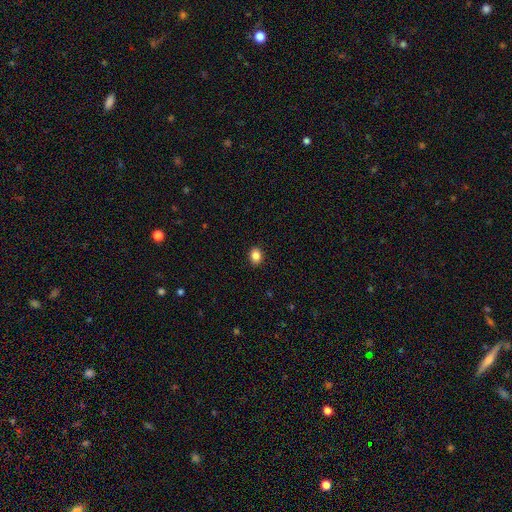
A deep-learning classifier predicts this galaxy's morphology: A smooth galaxy with no disk features (86%) that is in between round and cigar-shaped (57%).

Vote fractions:
- Smooth or featured? smooth: 86% / star or artifact: 10% / featured or disk: 4%
- How rounded? in between: 57% / round: 42% / cigar-shaped: 1%
- Merging? none: 90% / minor disturbance: 7% / major disturbance: 2% / merger: 1%